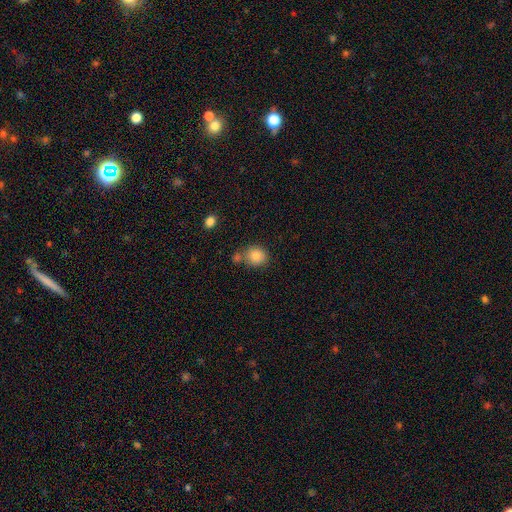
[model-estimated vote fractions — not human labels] A smooth galaxy with no disk features (84%) that is round (75%). Merging: none (63%).